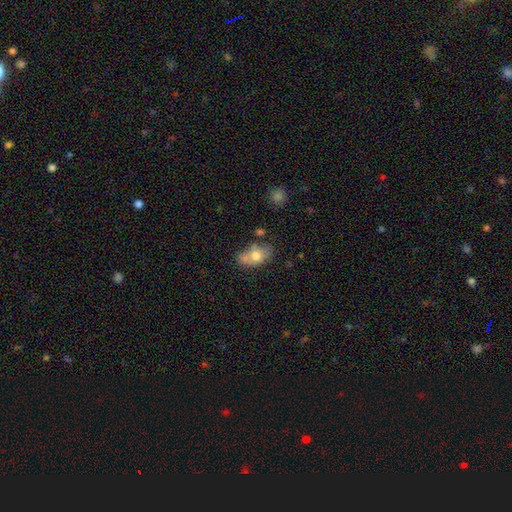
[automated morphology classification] Smooth or featured? Predicted: smooth (p=0.66). How rounded? Predicted: in between (p=0.87). Merging? Predicted: none (p=0.51).